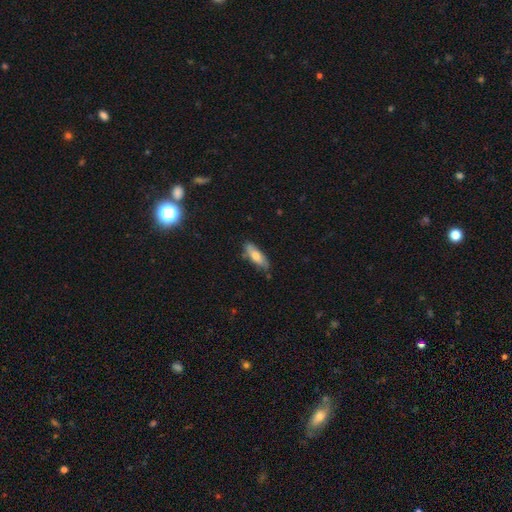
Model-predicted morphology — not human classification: smooth 67%, featured or disk 27%, star or artifact 7%. Down the decision tree: how rounded — in between (61%); merging — none (72%).